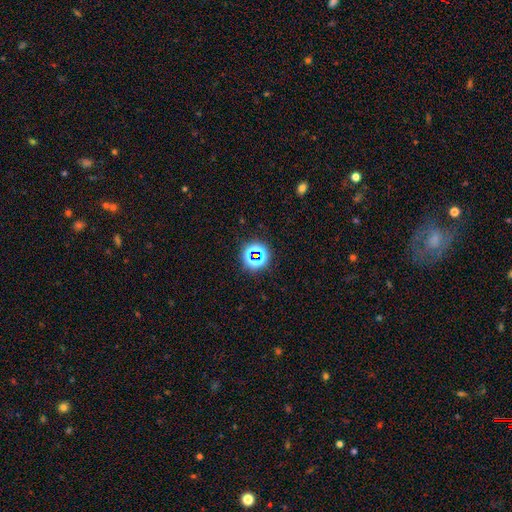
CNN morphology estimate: star or artifact 67%, smooth 23%, featured or disk 10%.